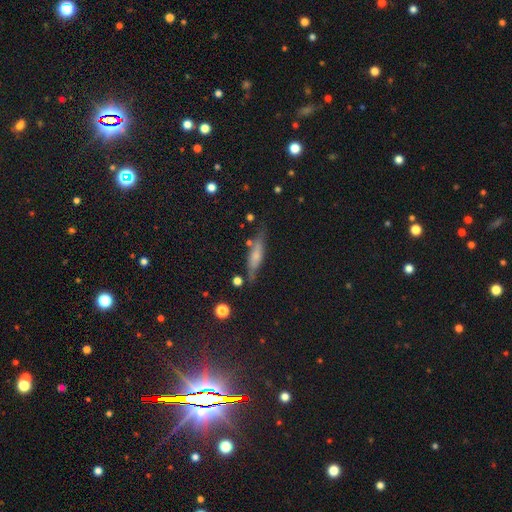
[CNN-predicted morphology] Smooth or featured? Predicted: smooth (p=0.48). Merging? Predicted: none (p=0.70).